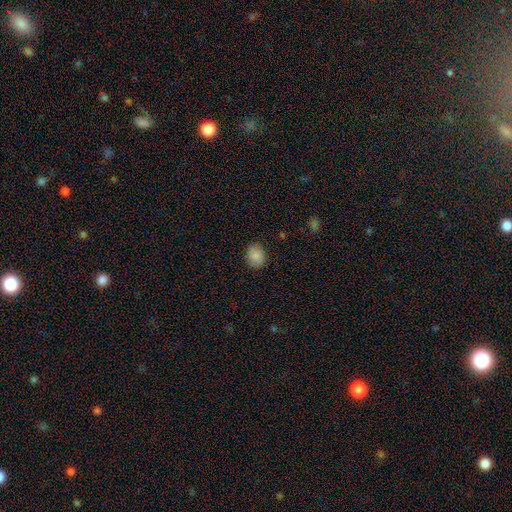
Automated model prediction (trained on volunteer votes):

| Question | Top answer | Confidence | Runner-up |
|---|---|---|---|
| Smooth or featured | smooth | 85% | star or artifact (8%) |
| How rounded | round | 52% | in between (47%) |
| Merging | none | 86% | minor disturbance (10%) |